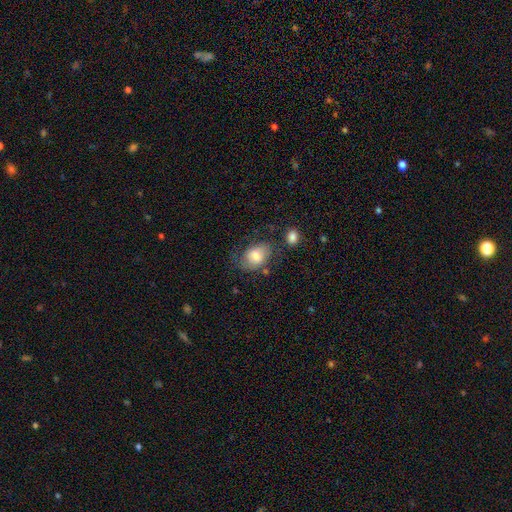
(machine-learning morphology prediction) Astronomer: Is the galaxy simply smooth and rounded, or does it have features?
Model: smooth — 67%.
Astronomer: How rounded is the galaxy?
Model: in between — 74%.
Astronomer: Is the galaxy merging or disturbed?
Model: none — 54%.